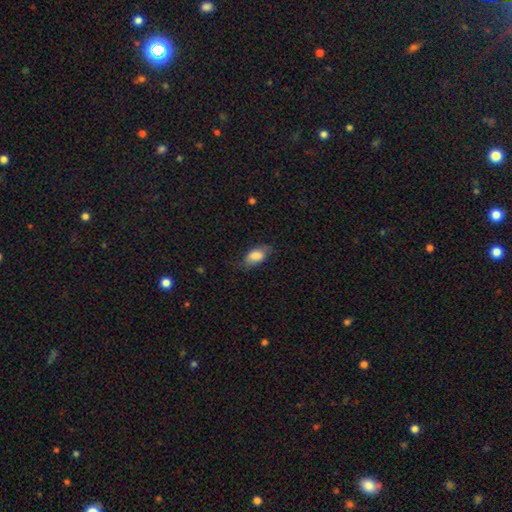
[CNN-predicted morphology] Smooth or featured? smooth (77%)
How rounded? in between (89%)
Merging? none (63%)